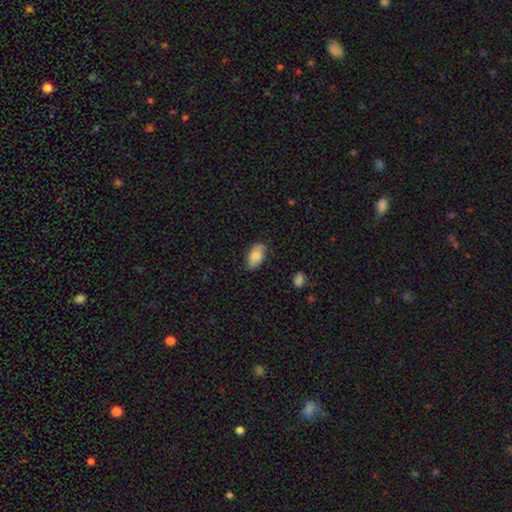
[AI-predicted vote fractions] A smooth galaxy with no disk features (85%) that is in between round and cigar-shaped (94%).

Vote fractions:
- Smooth or featured? smooth: 85% / featured or disk: 9% / star or artifact: 7%
- How rounded? in between: 94% / round: 4% / cigar-shaped: 3%
- Merging? none: 80% / minor disturbance: 16% / major disturbance: 3% / merger: 1%